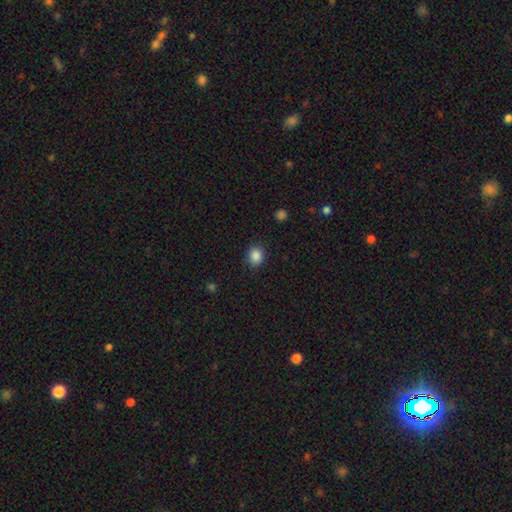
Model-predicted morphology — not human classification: Smooth or featured? Predicted: smooth (p=0.87). How rounded? Predicted: round (p=0.62). Merging? Predicted: none (p=0.87).